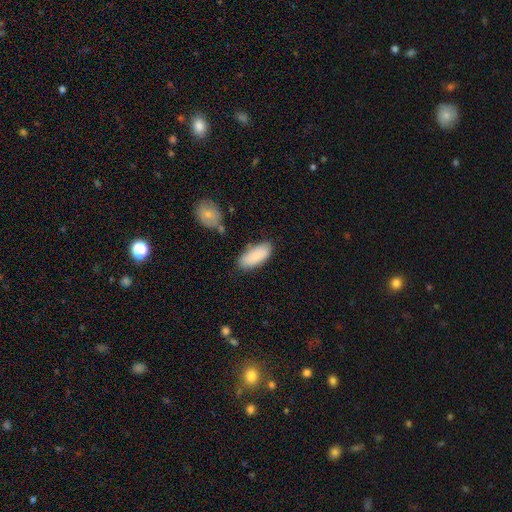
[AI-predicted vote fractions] This is clearly a smooth galaxy (87%). How rounded: clearly in between (84%). Merging: likely none (76%).